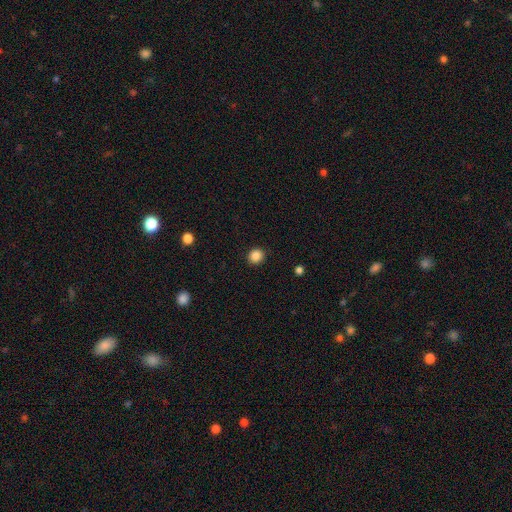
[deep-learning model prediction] Smooth or featured? smooth (86%)
How rounded? round (84%)
Merging? none (91%)